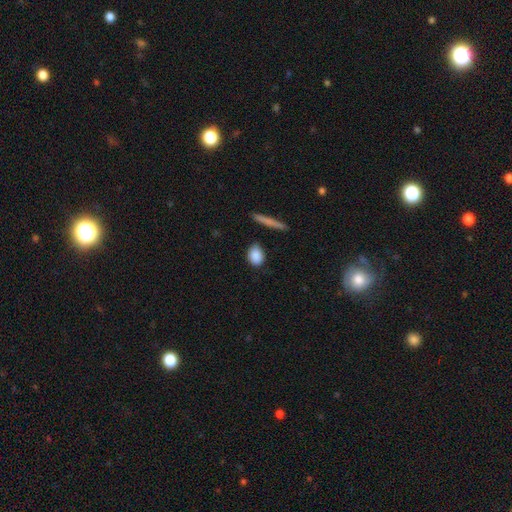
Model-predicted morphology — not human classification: This appears to be a smooth galaxy with no disk features (88%) that is in between round and cigar-shaped (70%). Merging: none (83%).